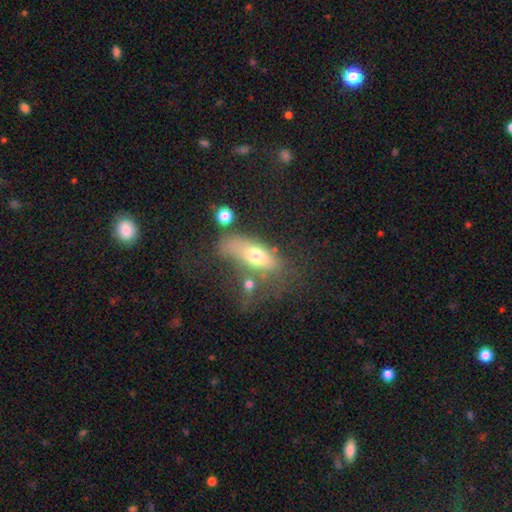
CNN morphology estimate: smooth_or_featured: smooth (p=0.61) [alt: featured or disk p=0.29]
how_rounded: in between (p=0.69) [alt: cigar-shaped p=0.24]
merging: none (p=0.36) [alt: major disturbance p=0.25]